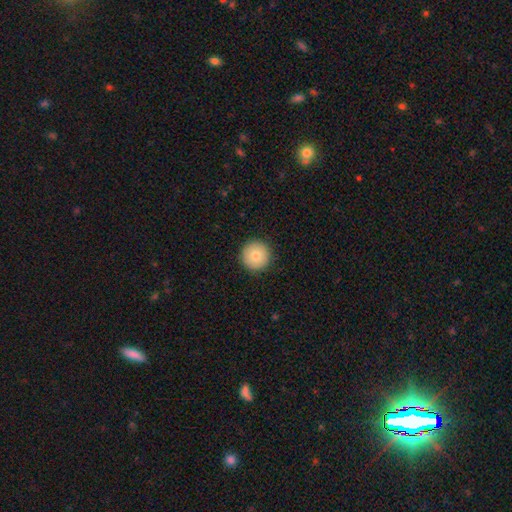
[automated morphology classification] A smooth galaxy with no disk features (82%) that is round (97%).

Vote fractions:
- Smooth or featured? smooth: 82% / featured or disk: 11% / star or artifact: 8%
- How rounded? round: 97% / in between: 2% / cigar-shaped: 1%
- Merging? none: 92% / minor disturbance: 5% / major disturbance: 2% / merger: 1%